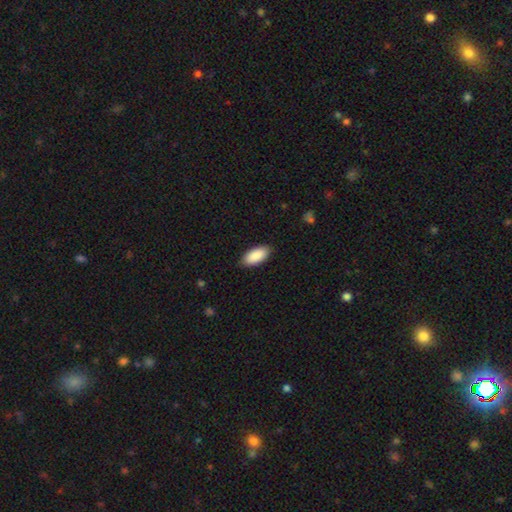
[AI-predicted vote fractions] Smooth or featured? smooth (90%)
How rounded? in between (92%)
Merging? none (87%)